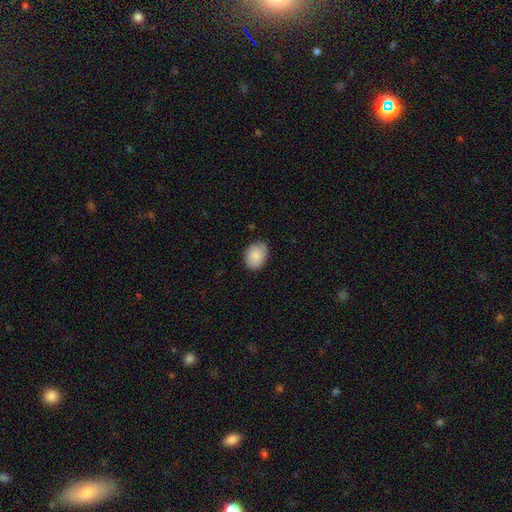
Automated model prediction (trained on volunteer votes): This is clearly a smooth galaxy (88%). How rounded: likely in between (64%). Merging: clearly none (84%).